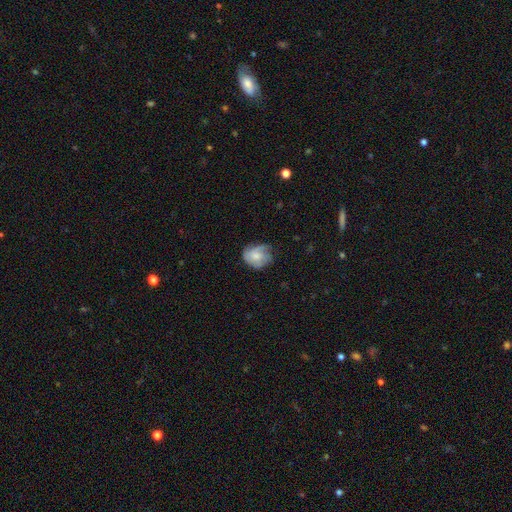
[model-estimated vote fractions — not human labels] Smooth or featured?
  - smooth: 51% *
  - featured or disk: 41%
  - star or artifact: 8%
How rounded?
  - round: 59% *
  - in between: 40%
  - cigar-shaped: 1%
Merging?
  - none: 57% *
  - minor disturbance: 29%
  - major disturbance: 13%
  - merger: 1%